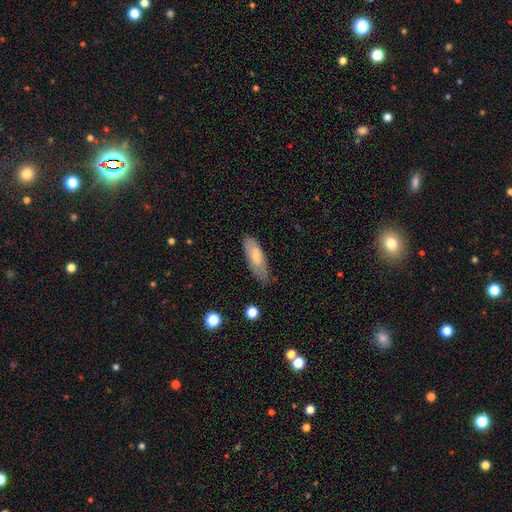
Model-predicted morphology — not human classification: Q: Smooth or featured?
A: smooth (71%); runner-up: featured or disk (23%)
Q: How rounded?
A: in between (62%); runner-up: cigar-shaped (37%)
Q: Merging?
A: none (74%); runner-up: minor disturbance (20%)